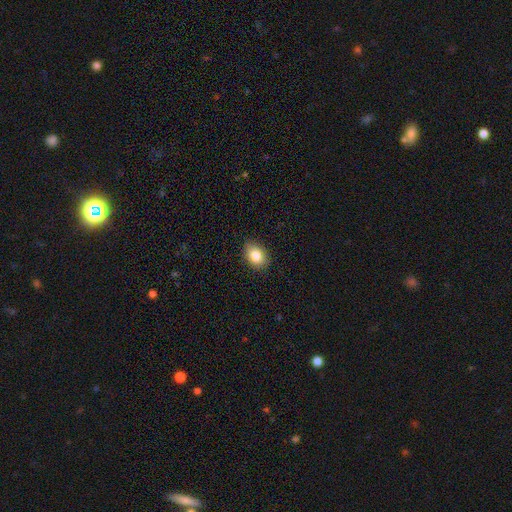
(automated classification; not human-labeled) The model was most divided on "how rounded": in between: 70%, round: 29%, cigar-shaped: 1%. More confident: merging — none (85%); smooth or featured — smooth (84%).